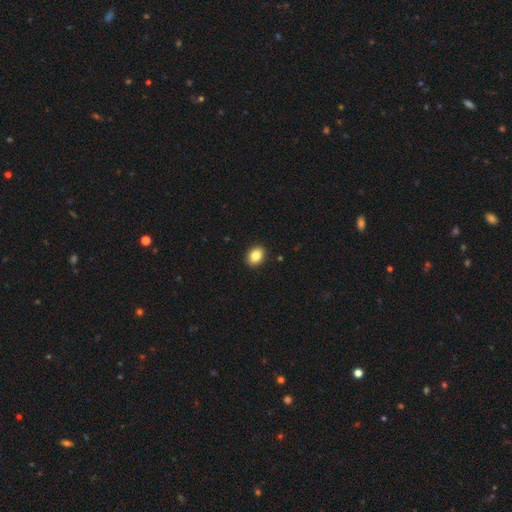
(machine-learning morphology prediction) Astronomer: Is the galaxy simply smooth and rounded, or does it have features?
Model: smooth — 86%.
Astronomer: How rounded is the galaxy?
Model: in between — 64%.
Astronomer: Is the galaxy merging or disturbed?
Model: none — 91%.